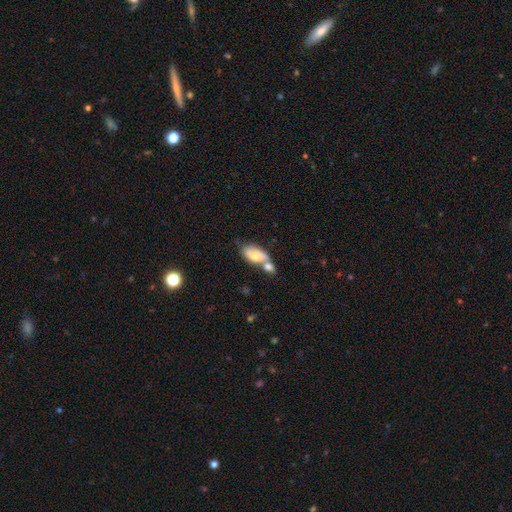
Smooth or featured? 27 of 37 (73%) said smooth. How rounded? 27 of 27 (100%) said in between. Merging? 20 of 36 (56%) said merger.